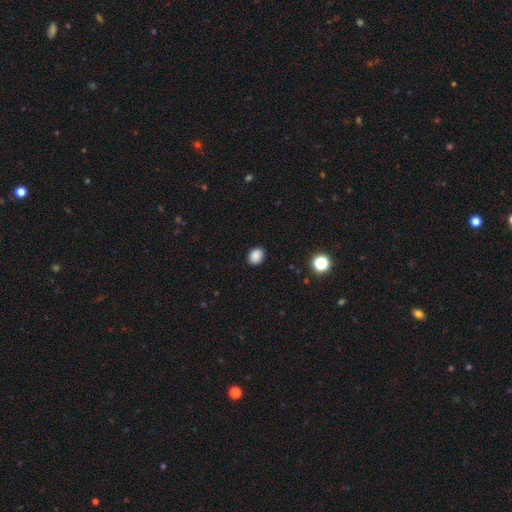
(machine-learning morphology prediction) smooth_or_featured: smooth (p=0.86) [alt: star or artifact p=0.10]
how_rounded: in between (p=0.51) [alt: round p=0.48]
merging: none (p=0.89) [alt: minor disturbance p=0.08]